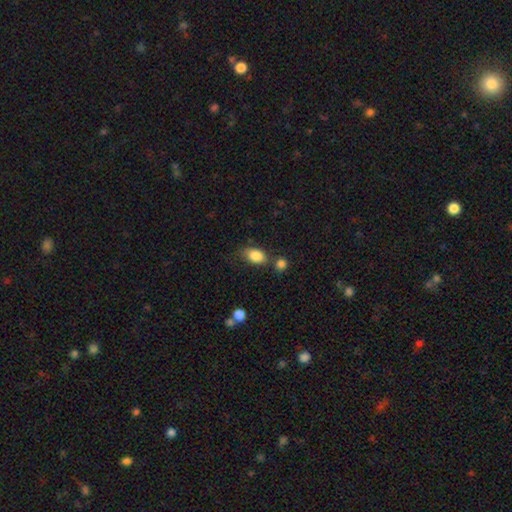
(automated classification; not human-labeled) This is clearly a smooth galaxy (86%). How rounded: clearly in between (85%). Merging: possibly none (59%).